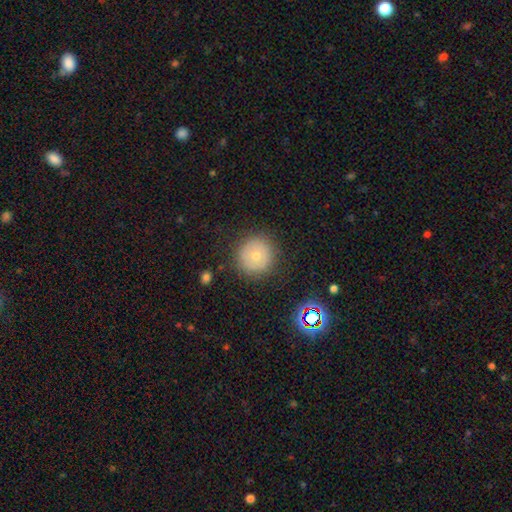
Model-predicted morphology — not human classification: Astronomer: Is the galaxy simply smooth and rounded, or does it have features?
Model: smooth — 67%.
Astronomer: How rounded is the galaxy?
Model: round — 95%.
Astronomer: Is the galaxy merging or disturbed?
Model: none — 86%.